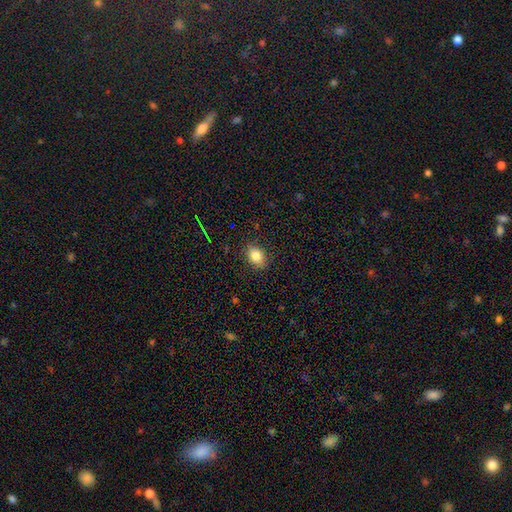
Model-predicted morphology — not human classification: A smooth galaxy with no disk features (82%) that is in between round and cigar-shaped (64%).

Vote fractions:
- Smooth or featured? smooth: 82% / star or artifact: 11% / featured or disk: 7%
- How rounded? in between: 64% / round: 35% / cigar-shaped: 1%
- Merging? none: 84% / minor disturbance: 12% / major disturbance: 3% / merger: 1%